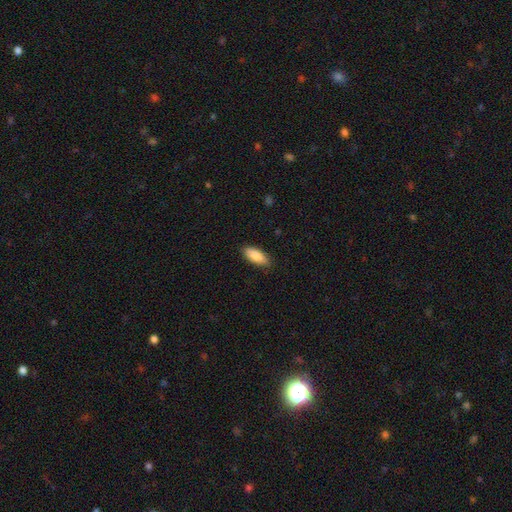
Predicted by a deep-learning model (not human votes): This is clearly a smooth galaxy (84%). How rounded: clearly in between (82%). Merging: clearly none (86%).